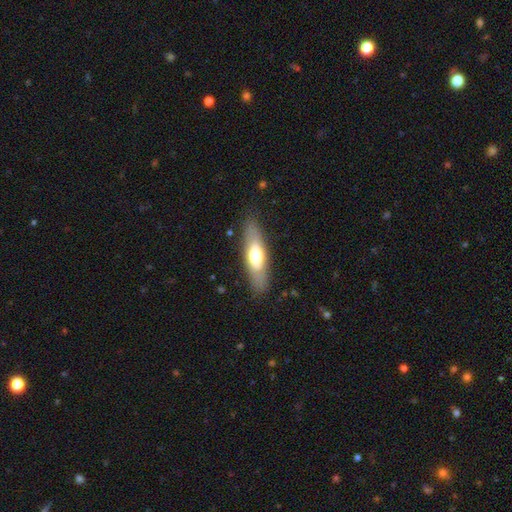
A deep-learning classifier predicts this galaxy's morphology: A smooth galaxy with no disk features (54%) that is cigar-shaped (49%, tied with in between). Merging: none (83%).